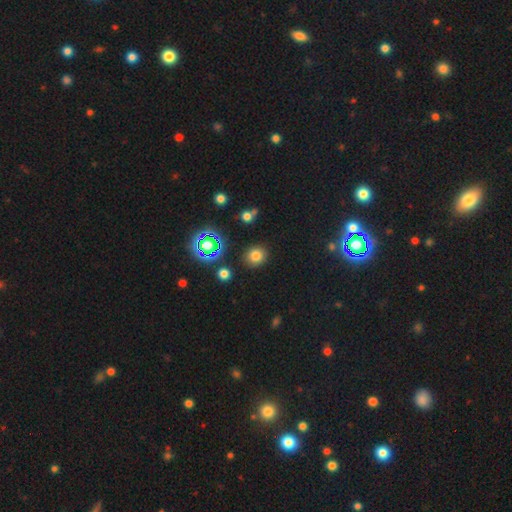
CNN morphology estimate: This appears to be a smooth galaxy with no disk features (74%) that is round (80%). Merging: none (86%).